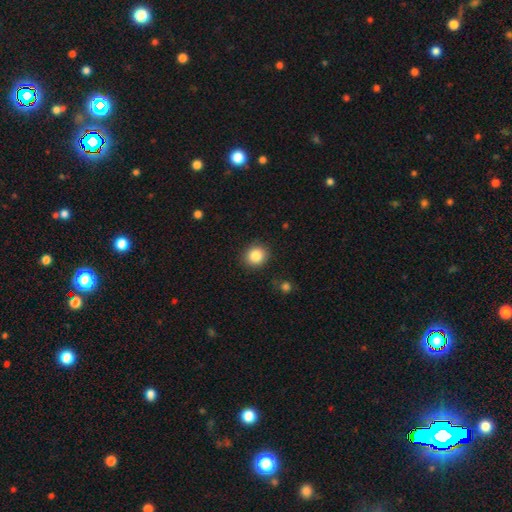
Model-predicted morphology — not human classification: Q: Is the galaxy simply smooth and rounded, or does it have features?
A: smooth — 85%.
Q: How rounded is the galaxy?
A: round — 86%.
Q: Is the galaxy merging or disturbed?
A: none — 89%.